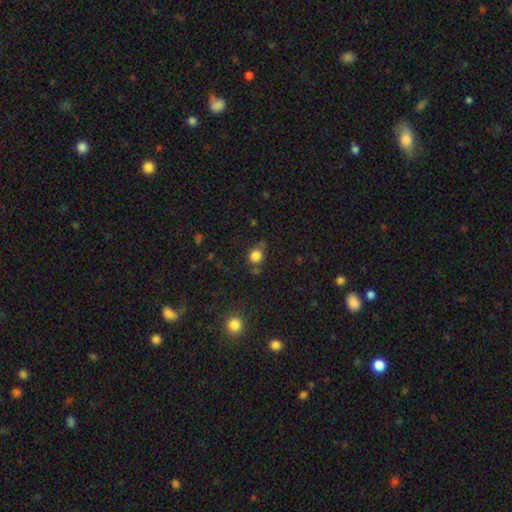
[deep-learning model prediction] Smooth or featured? Predicted: smooth (p=0.82). How rounded? Predicted: round (p=0.82). Merging? Predicted: none (p=0.70).